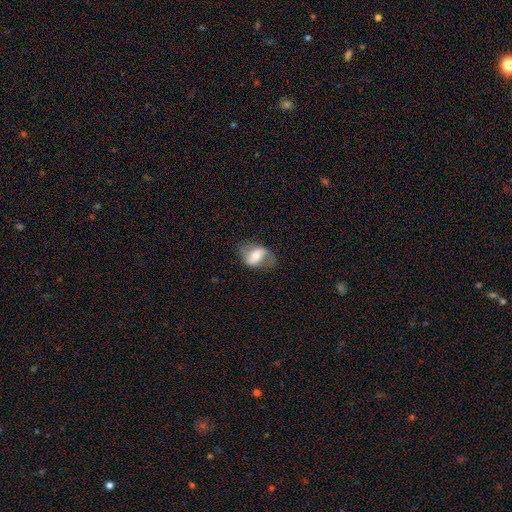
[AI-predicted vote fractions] Overall: featured or disk (64%; smooth 29%). Edge-on disk: no (96%). Bar: weak (41%; strong 31%). Spiral arms: yes (84%). Spiral arm count: 2 (79%). Spiral winding: loose (55%; medium 34%). Bulge size: moderate (54%; small 29%). Merging: none (60%; minor disturbance 24%).